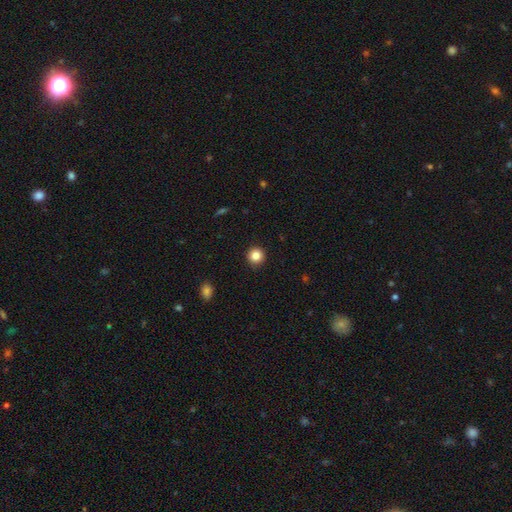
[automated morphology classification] smooth-or-featured: smooth: 85% | star or artifact: 11% | featured or disk: 5%
  how-rounded: round: 93% | in between: 6% | cigar-shaped: 1%
  merging: none: 91% | minor disturbance: 6% | major disturbance: 2% | merger: 1%